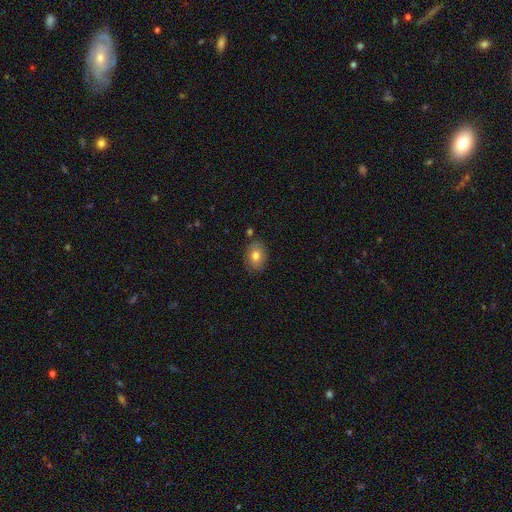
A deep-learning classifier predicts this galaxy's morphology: Smooth or featured?
  - smooth: 76% *
  - featured or disk: 16%
  - star or artifact: 8%
How rounded?
  - in between: 65% *
  - round: 34%
  - cigar-shaped: 1%
Merging?
  - none: 81% *
  - minor disturbance: 13%
  - major disturbance: 3%
  - merger: 3%